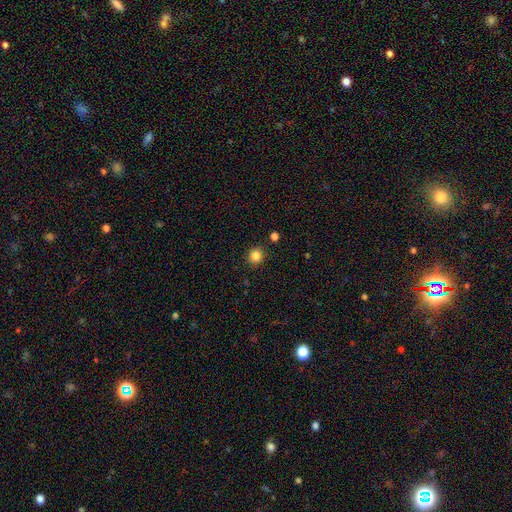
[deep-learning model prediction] A smooth galaxy with no disk features (84%) that is round (88%).

Vote fractions:
- Smooth or featured? smooth: 84% / star or artifact: 12% / featured or disk: 4%
- How rounded? round: 88% / in between: 11% / cigar-shaped: 1%
- Merging? none: 89% / minor disturbance: 7% / merger: 3% / major disturbance: 2%